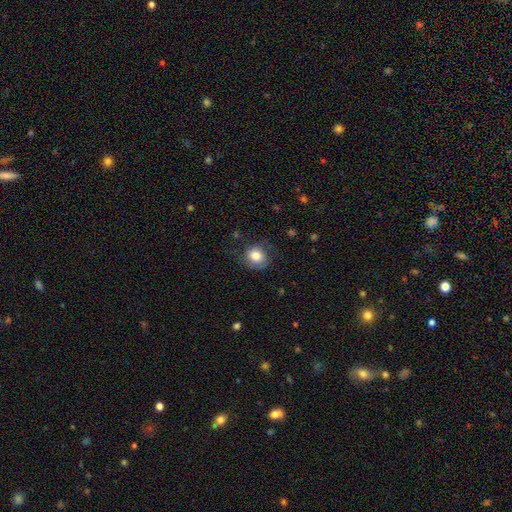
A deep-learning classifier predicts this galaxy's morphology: This is likely a smooth galaxy (80%). How rounded: clearly round (82%). Merging: likely none (67%).